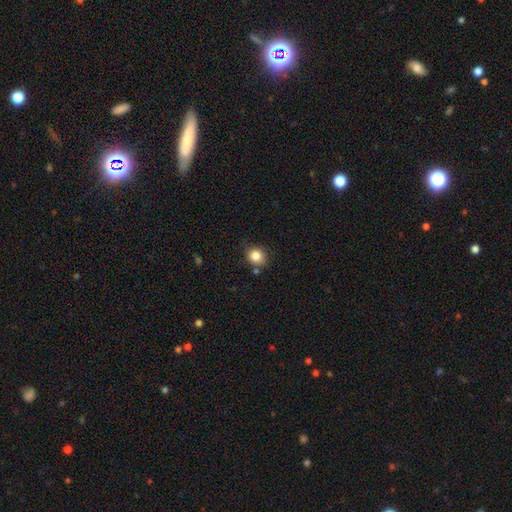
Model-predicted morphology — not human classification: This is clearly a smooth galaxy (83%). How rounded: likely round (78%). Merging: likely none (75%).